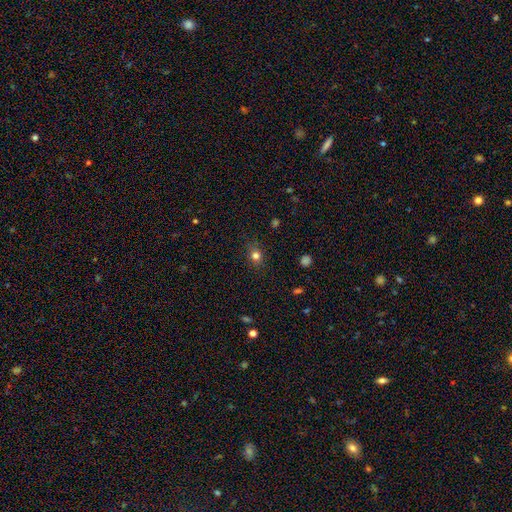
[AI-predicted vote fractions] Smooth or featured?
  - smooth: 78% *
  - star or artifact: 15%
  - featured or disk: 7%
How rounded?
  - round: 65% *
  - in between: 34%
  - cigar-shaped: 1%
Merging?
  - none: 84% *
  - minor disturbance: 11%
  - major disturbance: 3%
  - merger: 1%